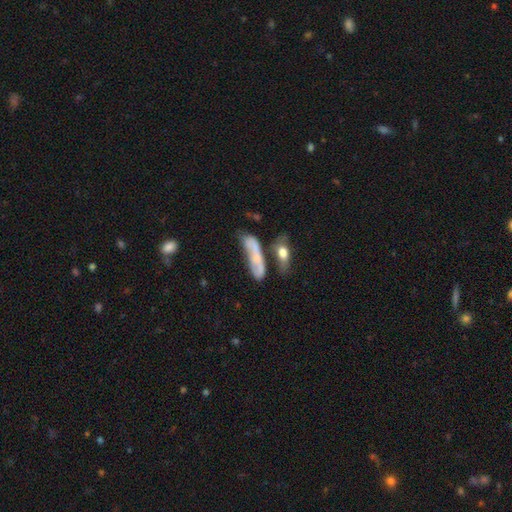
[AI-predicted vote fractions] This is possibly a smooth galaxy (48%). Merging: marginally none (31%, tied with merger).